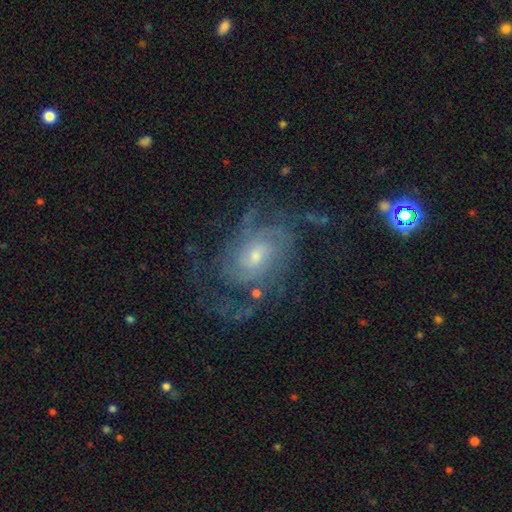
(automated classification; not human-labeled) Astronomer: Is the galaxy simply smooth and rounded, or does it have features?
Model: featured or disk — 85%.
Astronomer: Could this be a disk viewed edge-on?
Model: no — 97%.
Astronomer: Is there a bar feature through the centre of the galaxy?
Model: no — 58% (runner-up: weak, 36%).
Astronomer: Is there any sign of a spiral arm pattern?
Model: yes — 95%.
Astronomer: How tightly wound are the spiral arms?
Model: tight — 55% (runner-up: medium, 35%).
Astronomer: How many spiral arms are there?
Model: can't tell — 34% (runner-up: 2, 25%).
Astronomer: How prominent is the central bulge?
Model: small — 54% (runner-up: moderate, 40%).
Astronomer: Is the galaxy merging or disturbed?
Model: none — 64%.